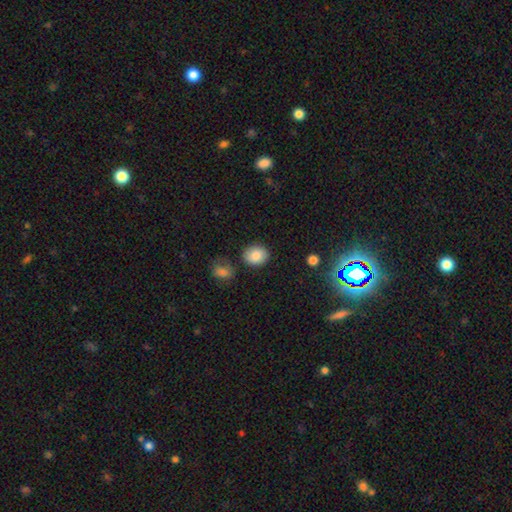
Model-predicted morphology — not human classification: smooth 87%, star or artifact 8%, featured or disk 6%. Down the decision tree: how rounded — round (52%); merging — none (82%).